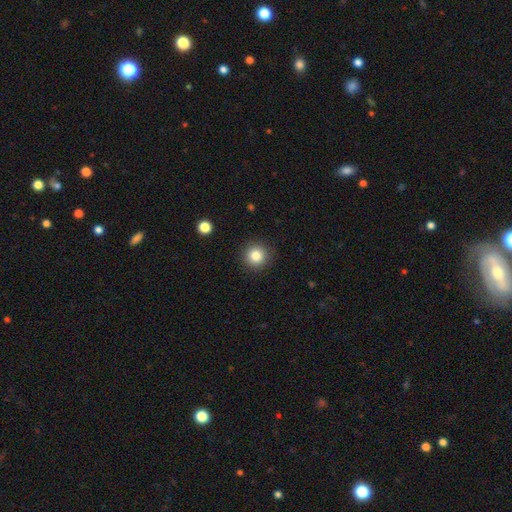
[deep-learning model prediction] Smooth or featured? Predicted: smooth (p=0.82). How rounded? Predicted: round (p=0.95). Merging? Predicted: none (p=0.91).